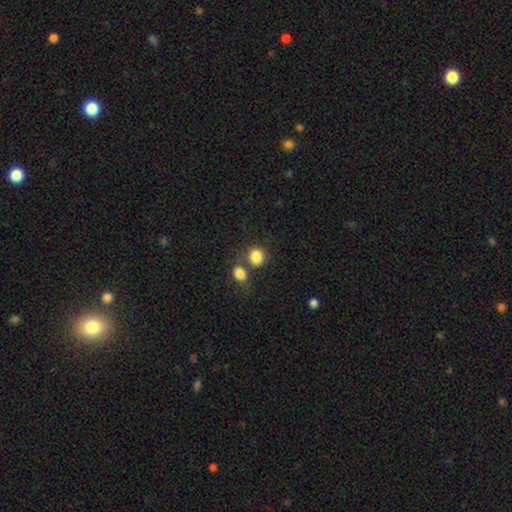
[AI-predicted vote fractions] Overall: smooth (84%). How rounded: round (60%; in between 39%). Merging: none (49%; merger 33%).